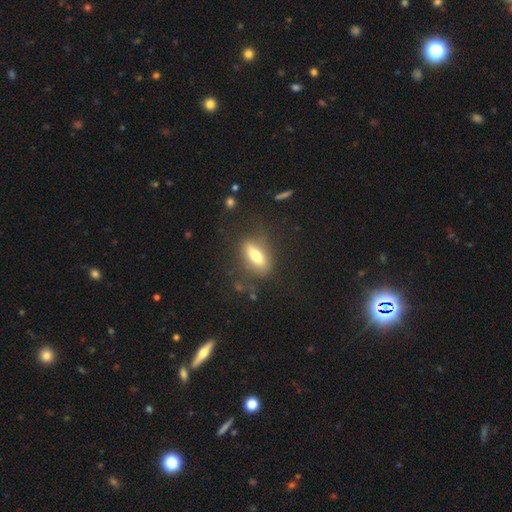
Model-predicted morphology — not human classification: Smooth or featured? Predicted: smooth (p=0.65). How rounded? Predicted: in between (p=0.61). Merging? Predicted: none (p=0.74).